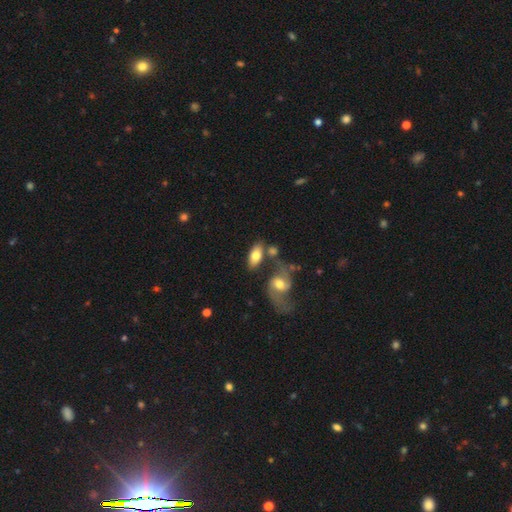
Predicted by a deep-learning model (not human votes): A smooth galaxy with no disk features (68%) that is in between round and cigar-shaped (91%). Merging: none (56%).